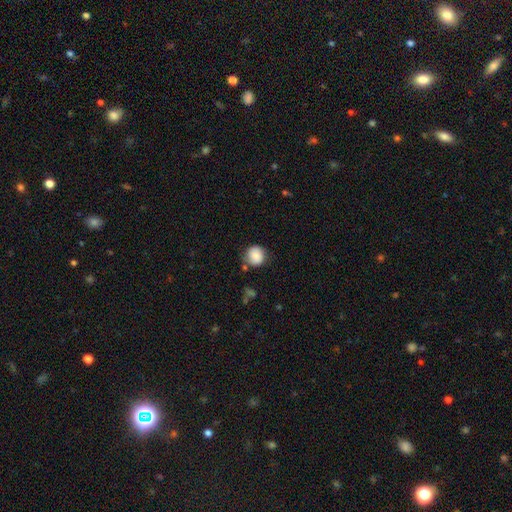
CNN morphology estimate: Smooth or featured? smooth (82%)
How rounded? round (90%)
Merging? none (73%)